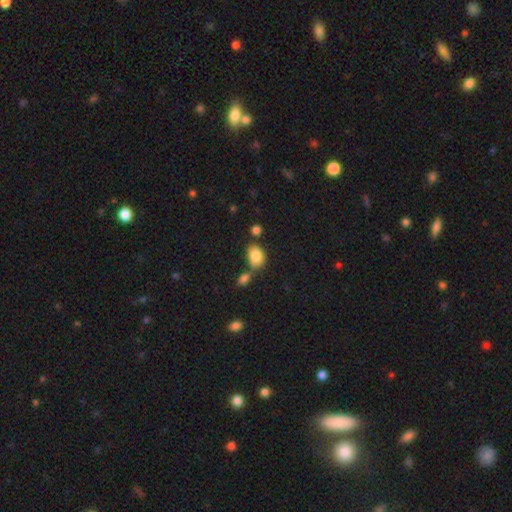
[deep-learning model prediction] smooth_or_featured: smooth (p=0.85) [alt: star or artifact p=0.09]
how_rounded: in between (p=0.77) [alt: round p=0.21]
merging: none (p=0.53) [alt: merger p=0.24]